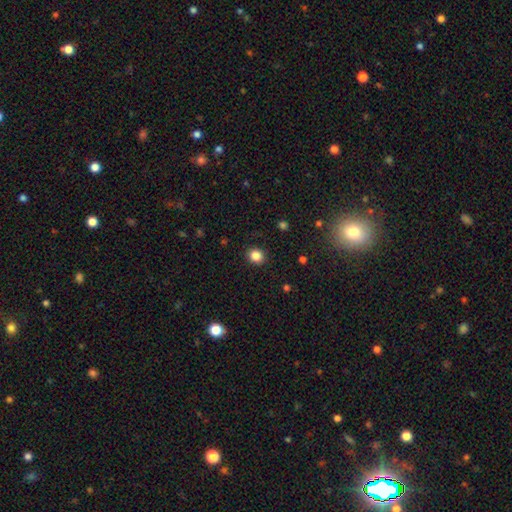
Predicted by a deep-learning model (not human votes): A smooth galaxy with no disk features (85%) that is round (78%).

Vote fractions:
- Smooth or featured? smooth: 85% / star or artifact: 11% / featured or disk: 4%
- How rounded? round: 78% / in between: 21% / cigar-shaped: 1%
- Merging? none: 90% / minor disturbance: 7% / major disturbance: 2% / merger: 1%